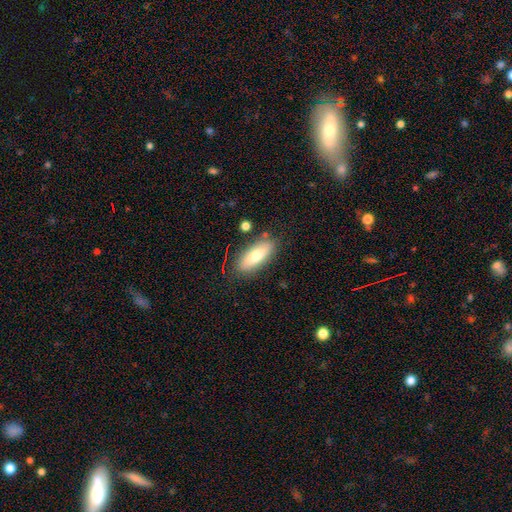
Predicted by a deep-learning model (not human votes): Smooth or featured? smooth (70%)
How rounded? in between (72%)
Merging? none (81%)